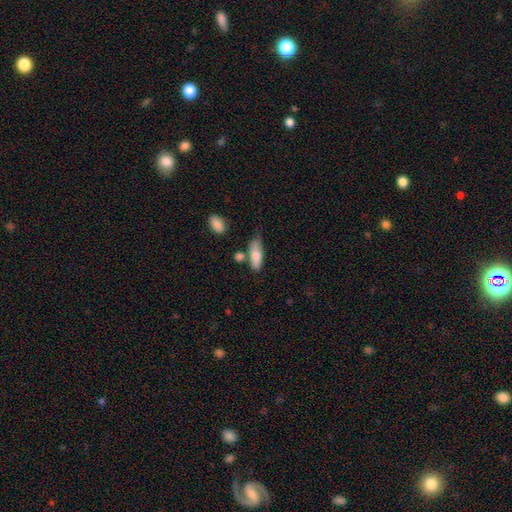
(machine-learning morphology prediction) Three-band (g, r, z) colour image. It shows a smooth galaxy with no disk features (78%) that is in between round and cigar-shaped (68%). Merging: none (52%).